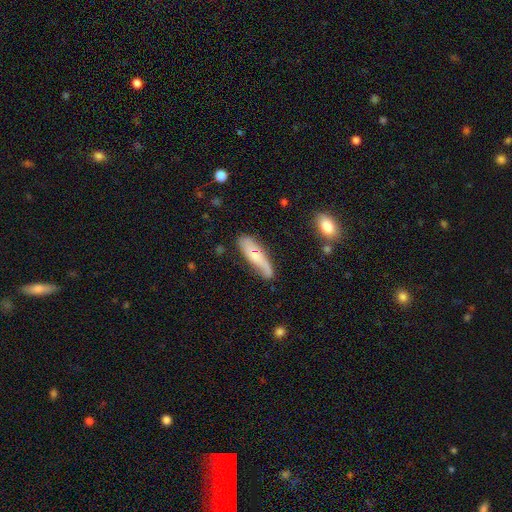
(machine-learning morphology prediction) smooth_or_featured: smooth (p=0.51) [alt: featured or disk p=0.43]
how_rounded: cigar-shaped (p=0.59) [alt: in between p=0.39]
merging: none (p=0.61) [alt: minor disturbance p=0.27]